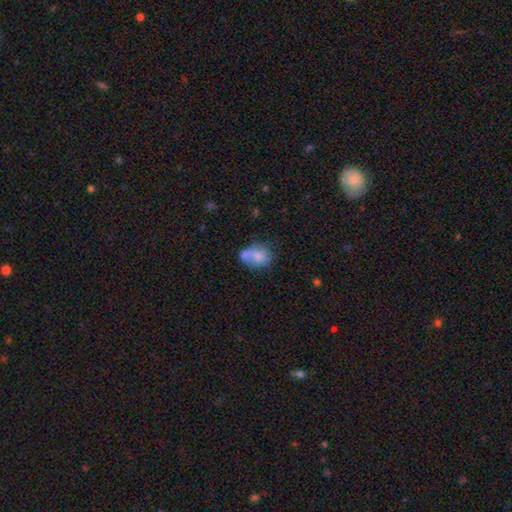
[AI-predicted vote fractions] Overall: smooth (63%; featured or disk 28%). How rounded: in between (62%; round 37%). Merging: none (34%; merger 25%).